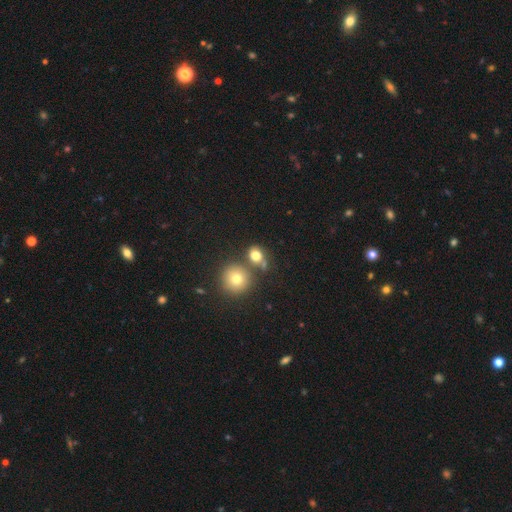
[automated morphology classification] This appears to be a smooth galaxy with no disk features (75%) that is round (63%). Merging: none (54%).